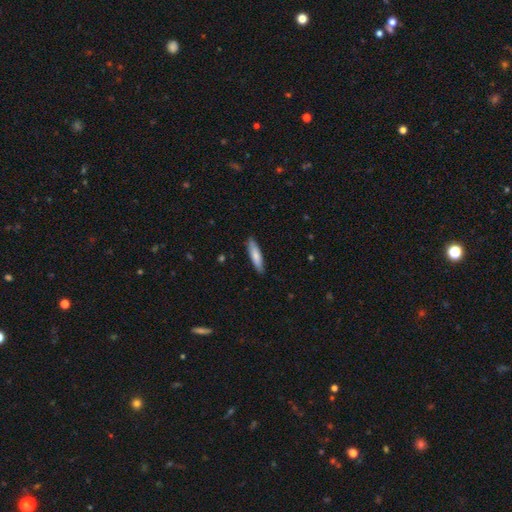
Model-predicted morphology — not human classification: The model was most divided on "how rounded": cigar-shaped: 74%, in between: 24%, round: 1%. More confident: merging — none (88%); smooth or featured — smooth (77%).